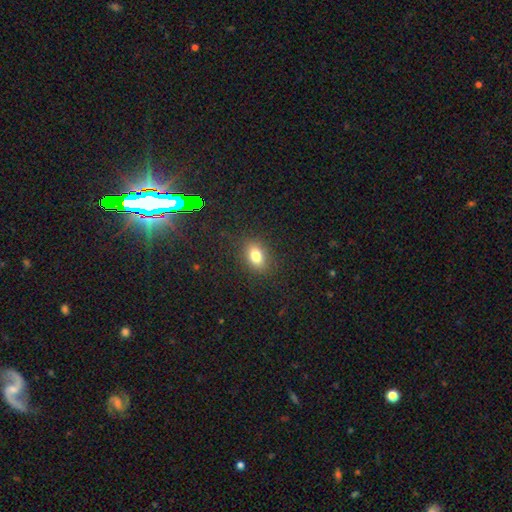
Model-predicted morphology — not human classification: Q: Smooth or featured?
A: smooth (79%); runner-up: star or artifact (12%)
Q: How rounded?
A: in between (75%); runner-up: round (22%)
Q: Merging?
A: none (86%); runner-up: minor disturbance (10%)